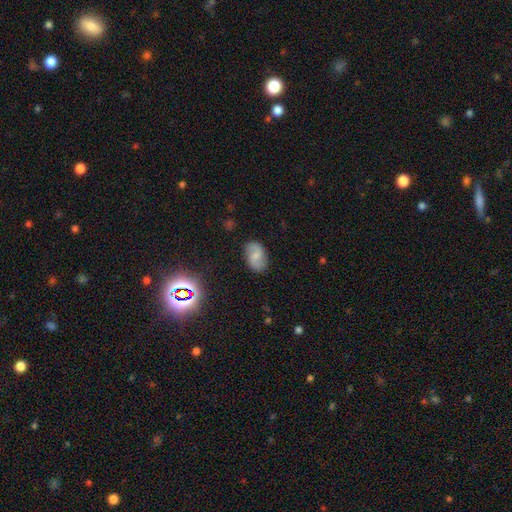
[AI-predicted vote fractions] Smooth or featured? Predicted: smooth (p=0.48). Merging? Predicted: none (p=0.81).